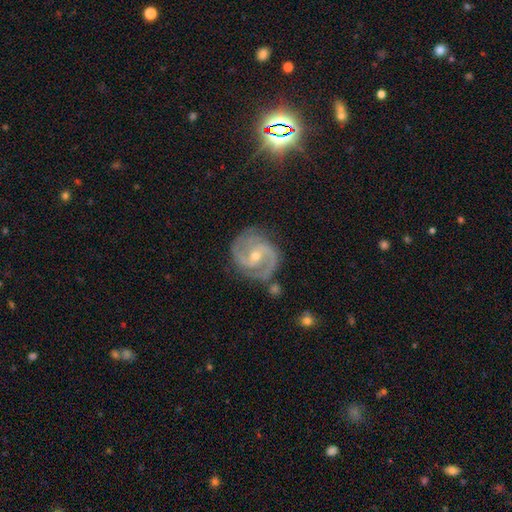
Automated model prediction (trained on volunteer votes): Q: Smooth or featured?
A: featured or disk (91%); runner-up: star or artifact (5%)
Q: Edge-on disk?
A: no (98%); runner-up: yes (2%)
Q: Bar?
A: weak (43%); runner-up: no (39%)
Q: Spiral arms?
A: yes (98%); runner-up: no (2%)
Q: Spiral winding?
A: medium (50%); runner-up: tight (42%)
Q: Spiral arm count?
A: 2 (79%); runner-up: 3 (12%)
Q: Bulge size?
A: small (55%); runner-up: moderate (43%)
Q: Merging?
A: none (76%); runner-up: minor disturbance (16%)